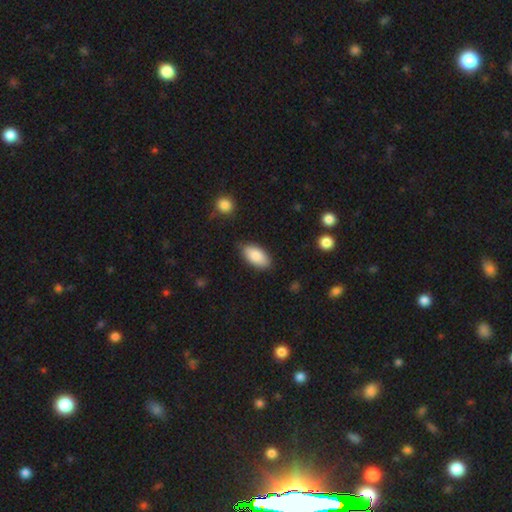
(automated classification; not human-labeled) smooth 86%, featured or disk 8%, star or artifact 6%. Down the decision tree: how rounded — in between (93%); merging — none (81%).